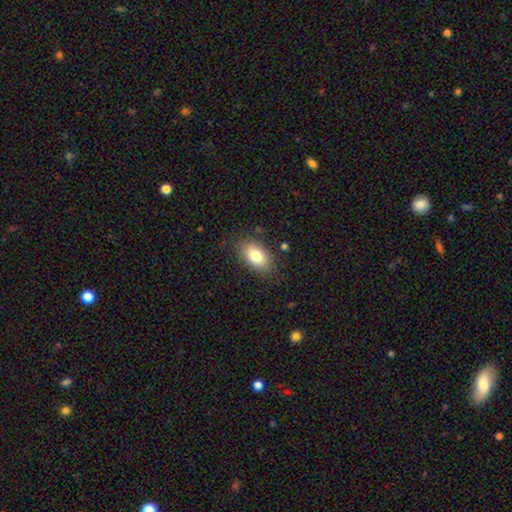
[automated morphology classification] smooth 79%, featured or disk 13%, star or artifact 8%. Down the decision tree: how rounded — in between (89%); merging — none (83%).